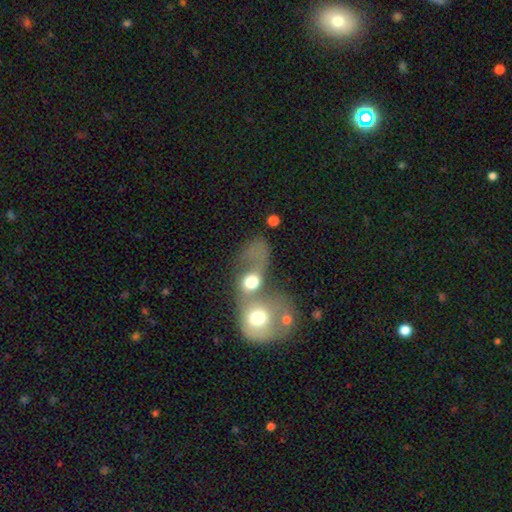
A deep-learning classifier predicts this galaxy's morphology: Smooth or featured? Predicted: smooth (p=0.52). How rounded? Predicted: round (p=0.51). Merging? Predicted: merger (p=0.70).